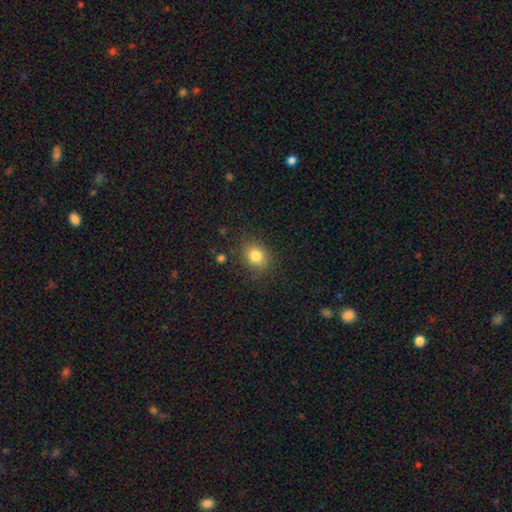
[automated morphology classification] This appears to be a smooth galaxy with no disk features (83%) that is round (58%). Merging: none (83%).